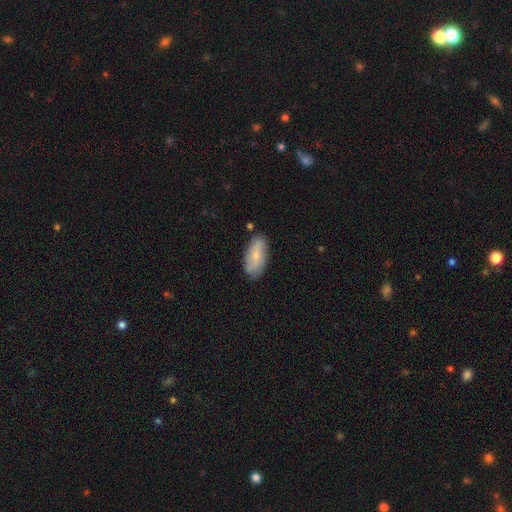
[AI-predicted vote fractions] smooth-or-featured: smooth: 70% | featured or disk: 23% | star or artifact: 6%
  how-rounded: in between: 89% | cigar-shaped: 9% | round: 2%
  merging: none: 78% | minor disturbance: 16% | major disturbance: 3% | merger: 2%